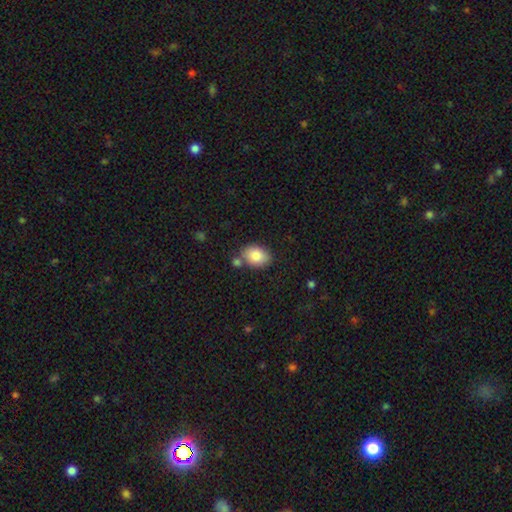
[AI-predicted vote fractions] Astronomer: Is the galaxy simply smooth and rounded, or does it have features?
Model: smooth — 84%.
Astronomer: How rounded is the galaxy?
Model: in between — 78%.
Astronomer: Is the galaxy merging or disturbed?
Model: none — 70%.